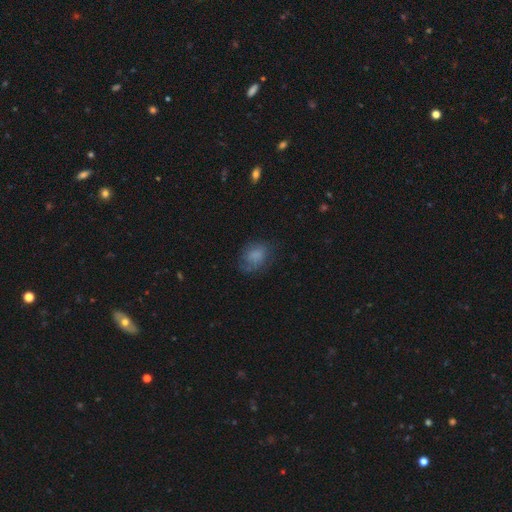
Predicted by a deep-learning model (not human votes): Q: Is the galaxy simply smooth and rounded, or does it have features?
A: smooth — 72%.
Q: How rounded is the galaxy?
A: in between — 60%.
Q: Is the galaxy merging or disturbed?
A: none — 60%.